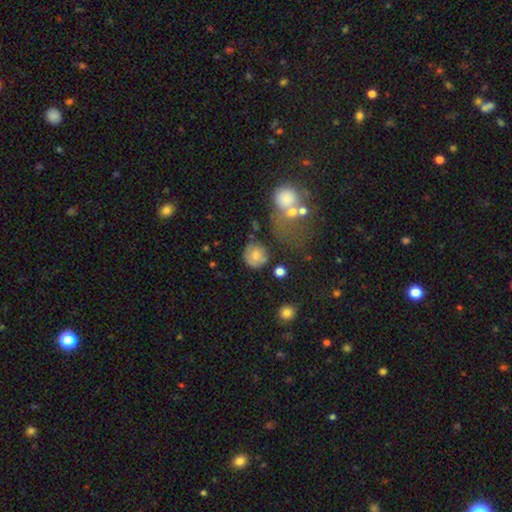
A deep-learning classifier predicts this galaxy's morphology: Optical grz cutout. It shows a smooth galaxy with no disk features (73%) that is round (87%). Merging: none (66%).